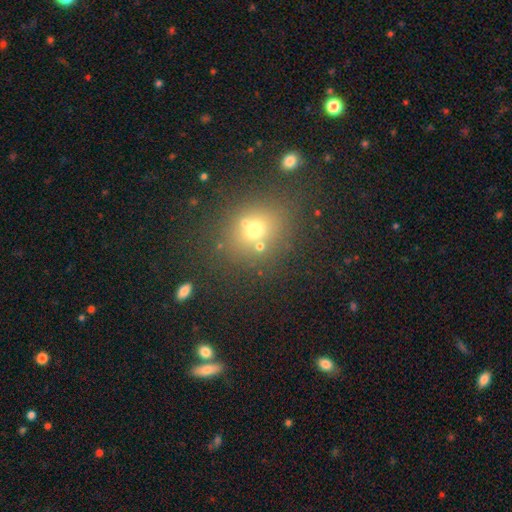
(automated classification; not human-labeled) Smooth or featured? Predicted: smooth (p=0.53). How rounded? Predicted: round (p=0.79). Merging? Predicted: none (p=0.76).